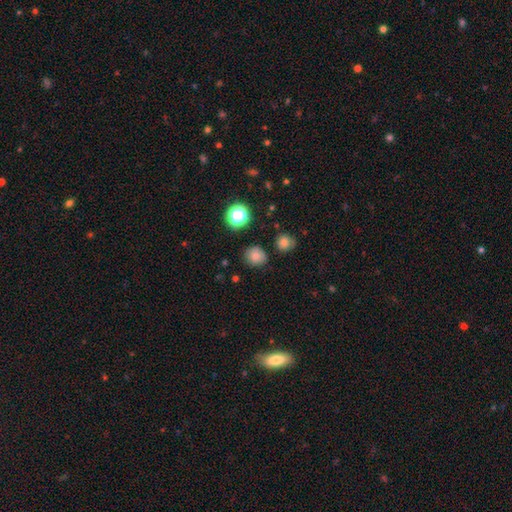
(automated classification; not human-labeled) This is likely a smooth galaxy (77%). How rounded: clearly round (85%). Merging: clearly none (82%).